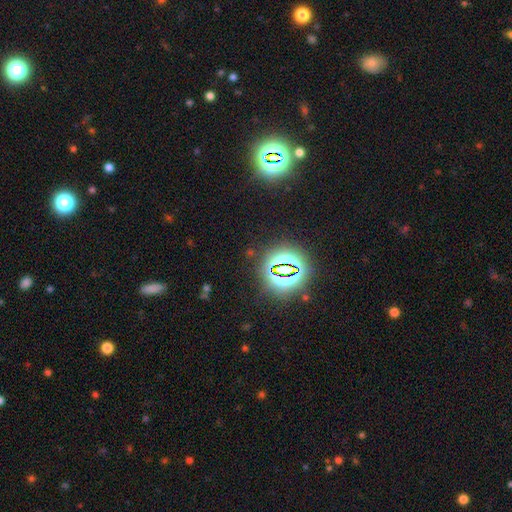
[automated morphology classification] A star or artifact, not a galaxy (76%).